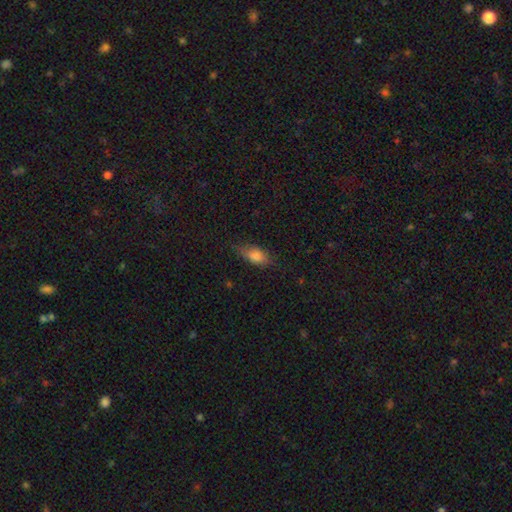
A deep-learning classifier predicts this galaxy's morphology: smooth-or-featured: smooth: 77% | featured or disk: 14% | star or artifact: 10%
  how-rounded: in between: 82% | cigar-shaped: 12% | round: 5%
  merging: none: 69% | minor disturbance: 24% | major disturbance: 6% | merger: 1%